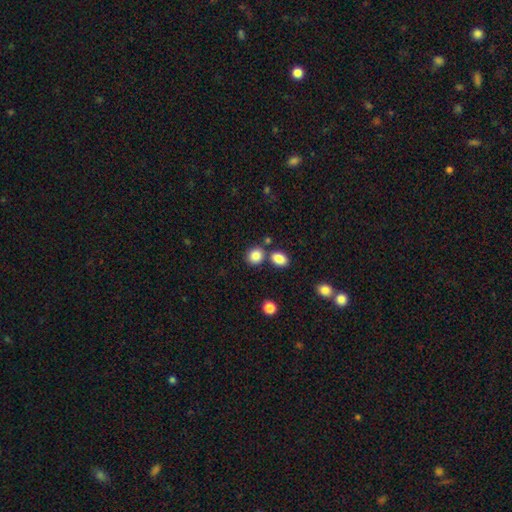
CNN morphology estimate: A smooth galaxy with no disk features (85%) that is round (72%). Merging: none (70%).